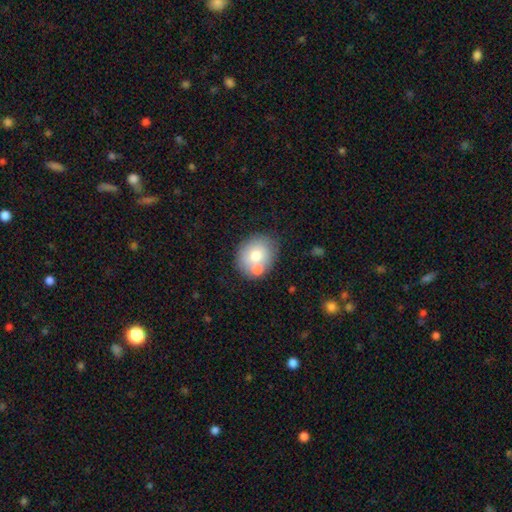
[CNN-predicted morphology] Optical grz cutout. It shows a smooth galaxy with no disk features (71%) that is round (63%). Merging: none (59%).